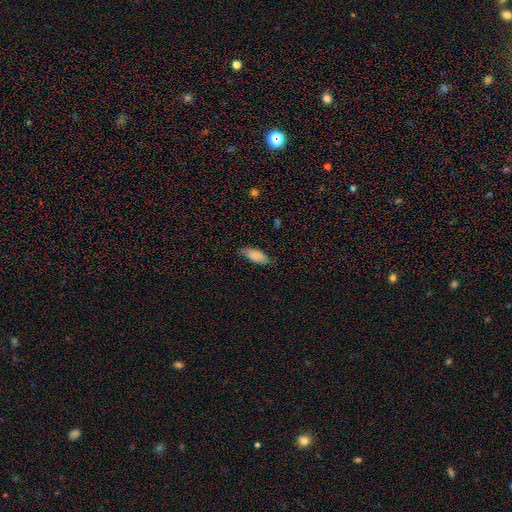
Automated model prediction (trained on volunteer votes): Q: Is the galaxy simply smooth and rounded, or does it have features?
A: smooth — 85%.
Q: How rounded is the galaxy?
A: in between — 82%.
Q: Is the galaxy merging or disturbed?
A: none — 73%.